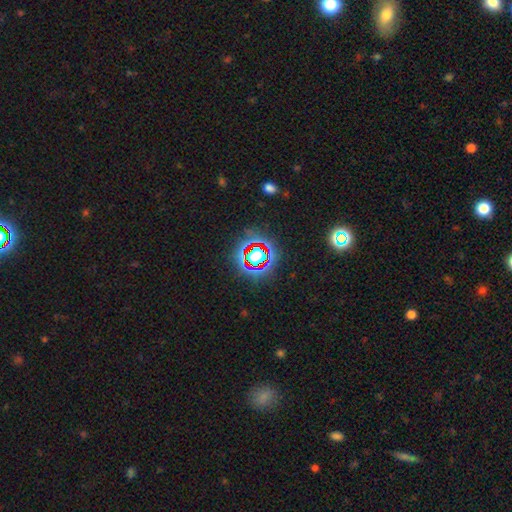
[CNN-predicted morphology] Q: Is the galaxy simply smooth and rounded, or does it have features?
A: star or artifact — 71%.